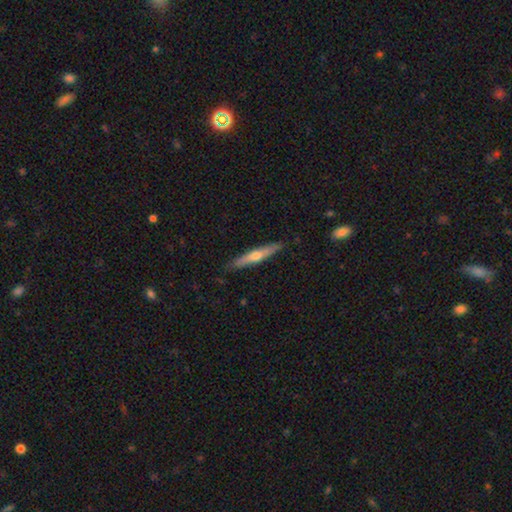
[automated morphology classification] The model was most divided on "smooth or featured": featured or disk: 56%, smooth: 39%, star or artifact: 6%. More confident: edge-on disk — yes (95%); merging — none (88%); edge-on bulge — rounded (83%).